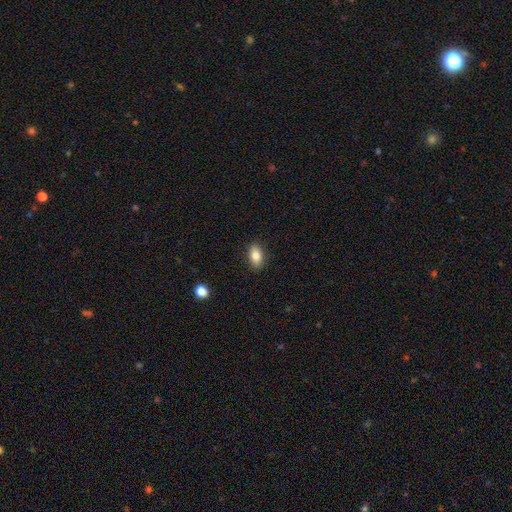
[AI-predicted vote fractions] smooth_or_featured: smooth (p=0.82) [alt: featured or disk p=0.11]
how_rounded: in between (p=0.89) [alt: round p=0.08]
merging: none (p=0.88) [alt: minor disturbance p=0.09]